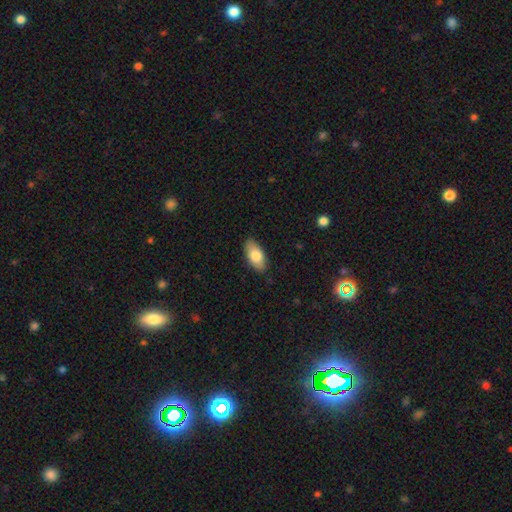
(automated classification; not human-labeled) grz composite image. It shows a smooth galaxy with no disk features (80%) that is in between round and cigar-shaped (91%). Merging: none (86%).